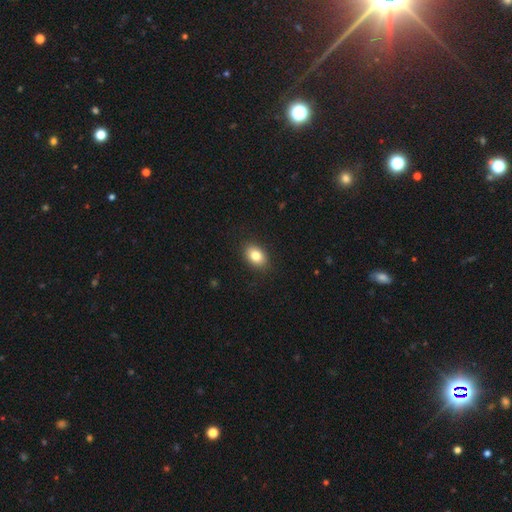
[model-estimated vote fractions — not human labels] Q: Smooth or featured?
A: smooth (83%); runner-up: featured or disk (9%)
Q: How rounded?
A: in between (82%); runner-up: round (17%)
Q: Merging?
A: none (89%); runner-up: minor disturbance (8%)